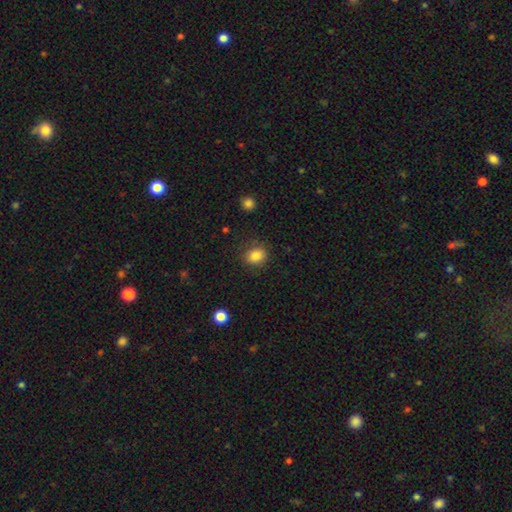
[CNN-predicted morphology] This appears to be a smooth galaxy with no disk features (85%) that is round (59%). Merging: none (82%).